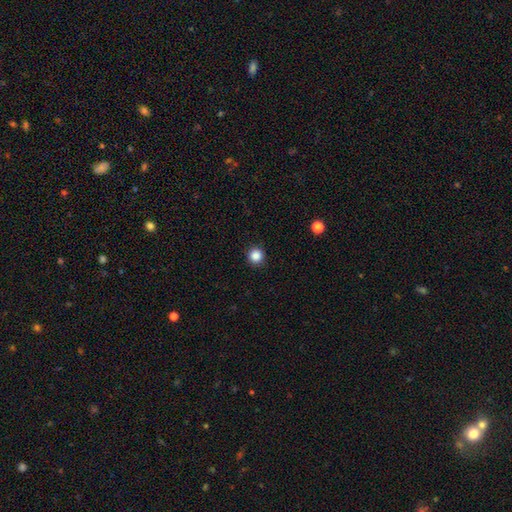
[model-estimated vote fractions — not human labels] smooth 86%, star or artifact 11%, featured or disk 3%. Down the decision tree: how rounded — round (95%); merging — none (92%).